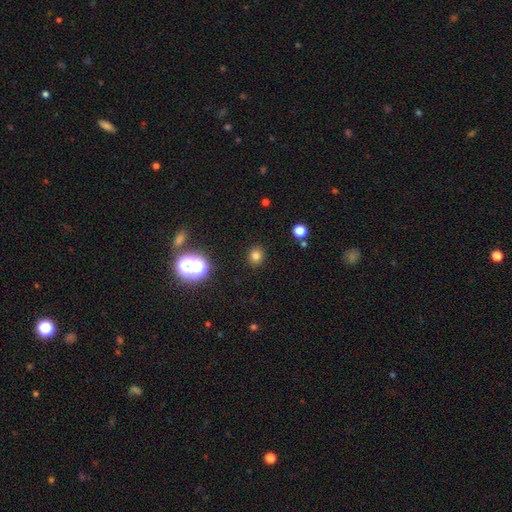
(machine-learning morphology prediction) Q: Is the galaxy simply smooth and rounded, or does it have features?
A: smooth — 76%.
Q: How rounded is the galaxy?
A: round — 77%.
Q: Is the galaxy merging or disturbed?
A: none — 90%.